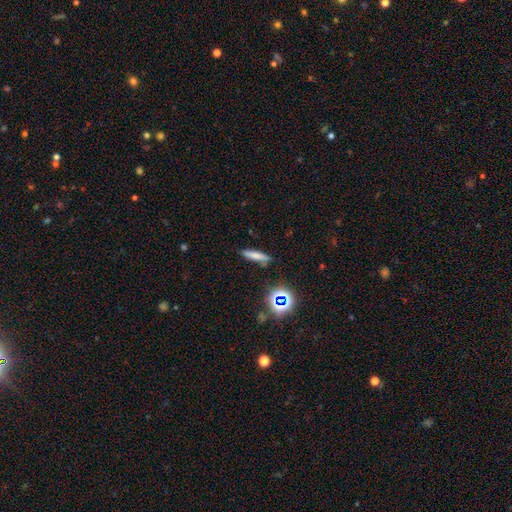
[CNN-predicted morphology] A smooth galaxy with no disk features (70%) that is cigar-shaped (83%). Merging: none (82%).